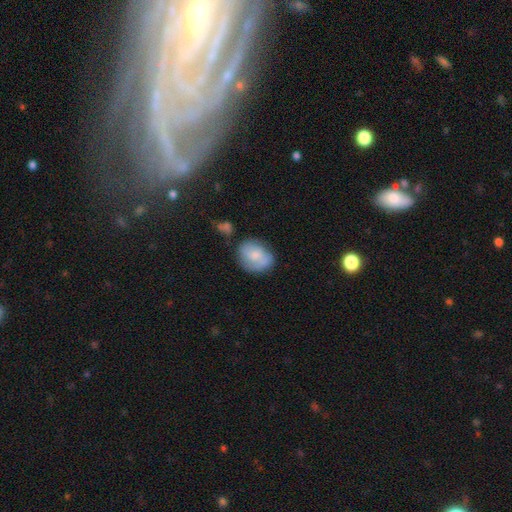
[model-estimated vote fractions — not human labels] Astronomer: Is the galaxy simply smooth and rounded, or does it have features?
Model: smooth — 62%.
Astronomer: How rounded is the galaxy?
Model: in between — 53% (runner-up: round, 46%).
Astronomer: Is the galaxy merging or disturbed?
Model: none — 59%.